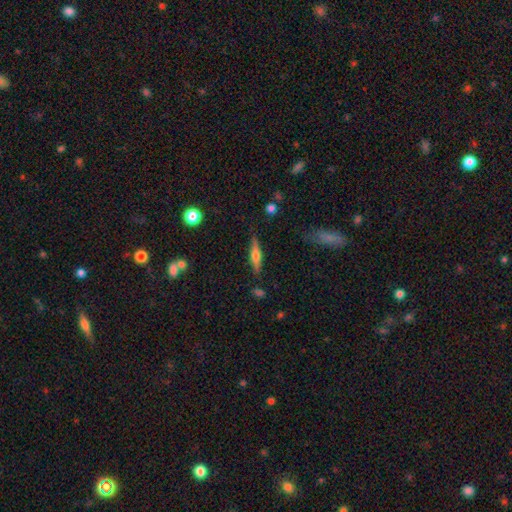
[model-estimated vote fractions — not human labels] Q: Smooth or featured?
A: featured or disk (54%); runner-up: smooth (39%)
Q: Edge-on disk?
A: yes (95%); runner-up: no (5%)
Q: Edge-on bulge?
A: rounded (85%); runner-up: boxy (10%)
Q: Merging?
A: none (84%); runner-up: minor disturbance (11%)